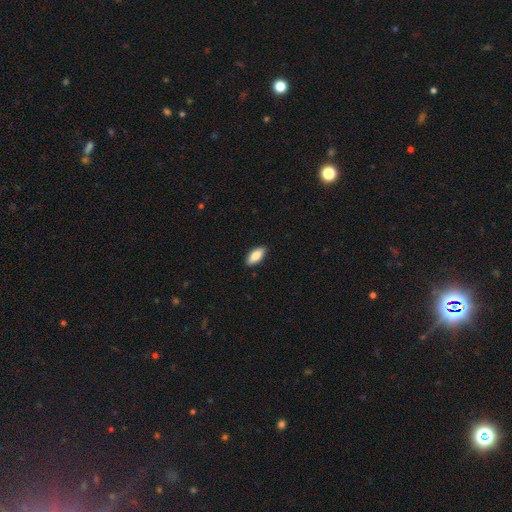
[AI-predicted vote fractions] Q: Smooth or featured?
A: smooth (86%); runner-up: featured or disk (8%)
Q: How rounded?
A: in between (85%); runner-up: cigar-shaped (13%)
Q: Merging?
A: none (89%); runner-up: minor disturbance (8%)